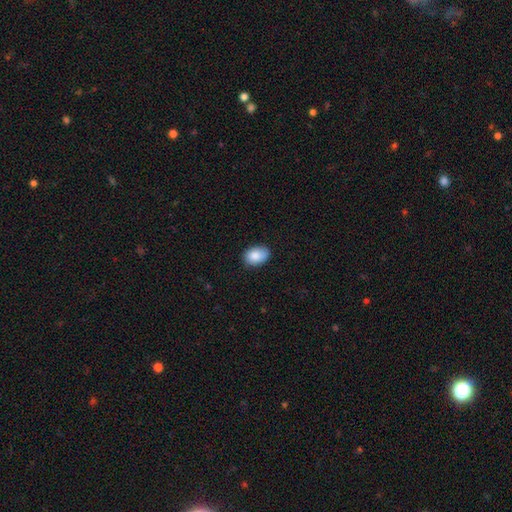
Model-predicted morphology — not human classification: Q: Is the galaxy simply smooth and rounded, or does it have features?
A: smooth — 87%.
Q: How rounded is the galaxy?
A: in between — 83%.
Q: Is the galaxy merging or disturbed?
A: none — 82%.